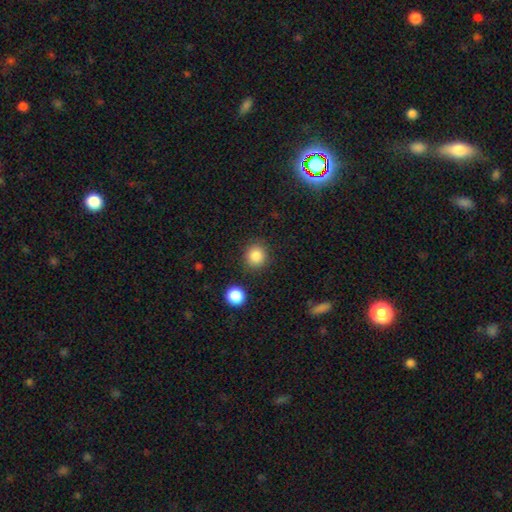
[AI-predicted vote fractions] Smooth or featured?
  - smooth: 86% *
  - star or artifact: 10%
  - featured or disk: 4%
How rounded?
  - round: 85% *
  - in between: 14%
  - cigar-shaped: 1%
Merging?
  - none: 85% *
  - minor disturbance: 8%
  - merger: 4%
  - major disturbance: 3%